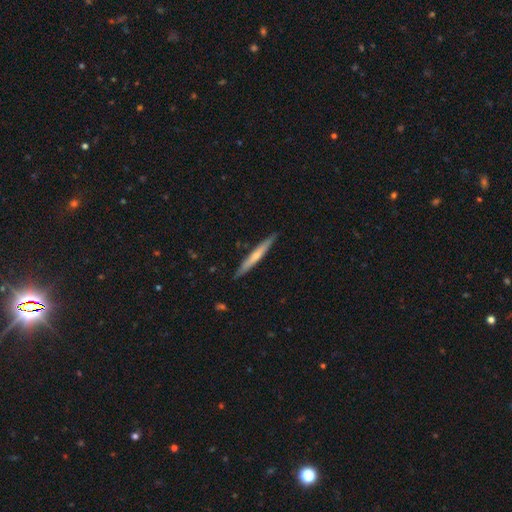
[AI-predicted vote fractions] A smooth galaxy with no disk features (48%).

Vote fractions:
- Smooth or featured? smooth: 48% / featured or disk: 47% / star or artifact: 5%
- Merging? none: 88% / minor disturbance: 9% / major disturbance: 1% / merger: 1%